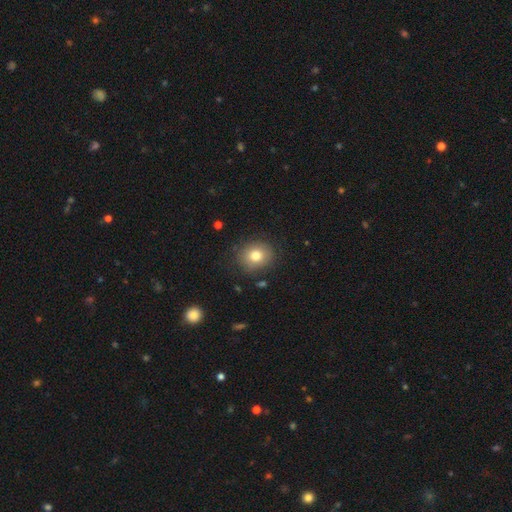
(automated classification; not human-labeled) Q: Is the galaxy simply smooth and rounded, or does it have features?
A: smooth — 77%.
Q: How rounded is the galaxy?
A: round — 73%.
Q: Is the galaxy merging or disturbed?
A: none — 85%.